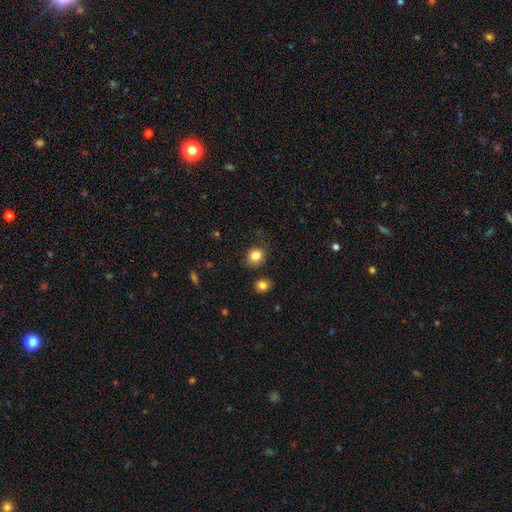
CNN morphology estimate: Smooth or featured: smooth — 84% (star or artifact — 11%)
How rounded: round — 72% (in between — 27%)
Merging: none — 76% (minor disturbance — 16%)